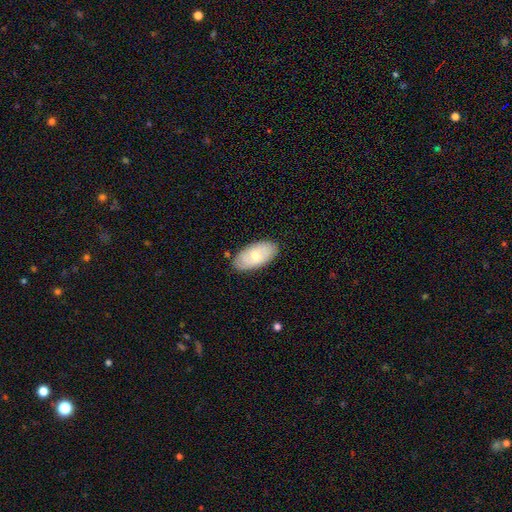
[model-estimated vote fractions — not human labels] Overall: smooth (62%; featured or disk 33%). How rounded: in between (94%). Merging: none (82%).